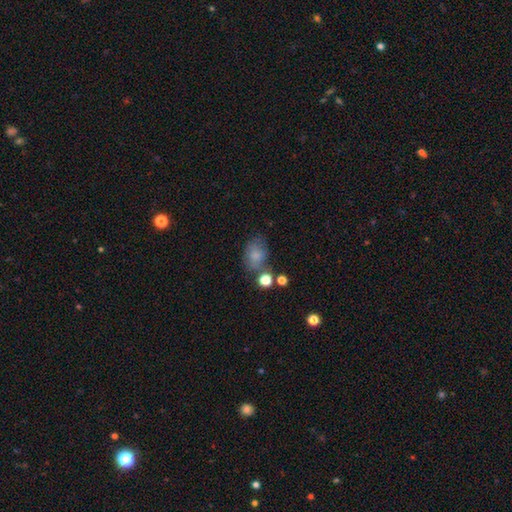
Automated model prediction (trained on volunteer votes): Smooth or featured: smooth — 73% (featured or disk — 15%)
How rounded: in between — 73% (round — 26%)
Merging: none — 52% (minor disturbance — 24%)